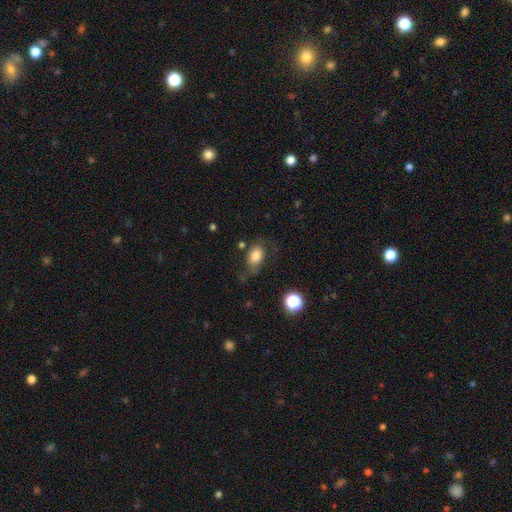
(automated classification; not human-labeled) A smooth galaxy with no disk features (73%) that is in between round and cigar-shaped (80%).

Vote fractions:
- Smooth or featured? smooth: 73% / featured or disk: 17% / star or artifact: 9%
- How rounded? in between: 80% / round: 18% / cigar-shaped: 2%
- Merging? none: 53% / minor disturbance: 25% / major disturbance: 19% / merger: 4%